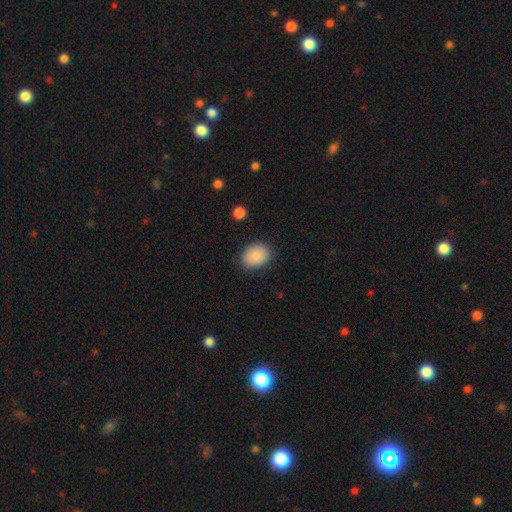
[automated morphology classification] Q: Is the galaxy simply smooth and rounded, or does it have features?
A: smooth — 85%.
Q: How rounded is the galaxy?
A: in between — 62%.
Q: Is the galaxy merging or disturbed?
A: none — 85%.